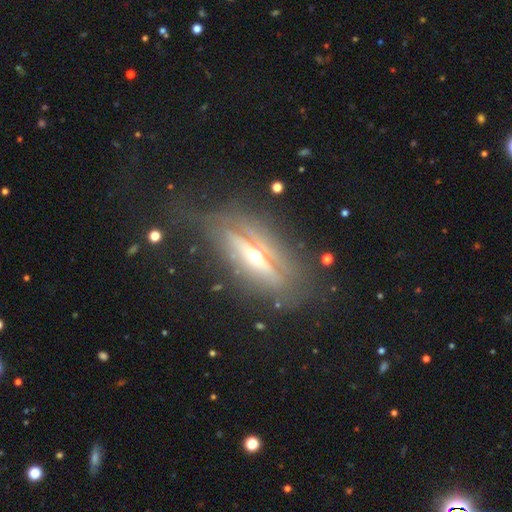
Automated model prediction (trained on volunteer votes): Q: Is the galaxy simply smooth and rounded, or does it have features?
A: featured or disk — 74%.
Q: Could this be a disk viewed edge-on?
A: yes — 85%.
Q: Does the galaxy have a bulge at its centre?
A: rounded — 92%.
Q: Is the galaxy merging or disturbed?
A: none — 66%.